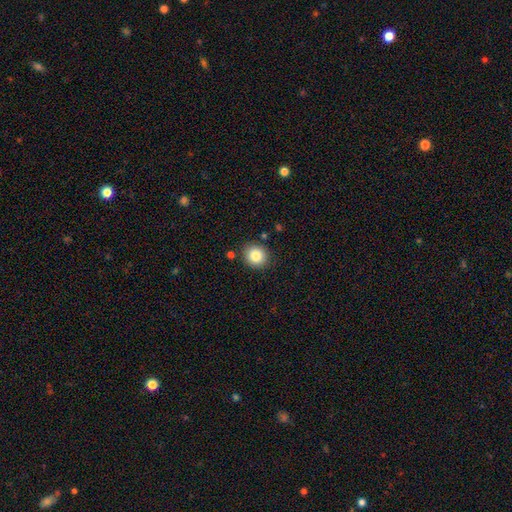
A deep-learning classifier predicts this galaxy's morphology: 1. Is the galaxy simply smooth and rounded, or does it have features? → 84% smooth, 10% star or artifact, 6% featured or disk.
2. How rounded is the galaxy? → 85% round, 14% in between, 1% cigar-shaped.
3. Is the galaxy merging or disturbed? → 88% none, 8% minor disturbance, 2% merger, 2% major disturbance.